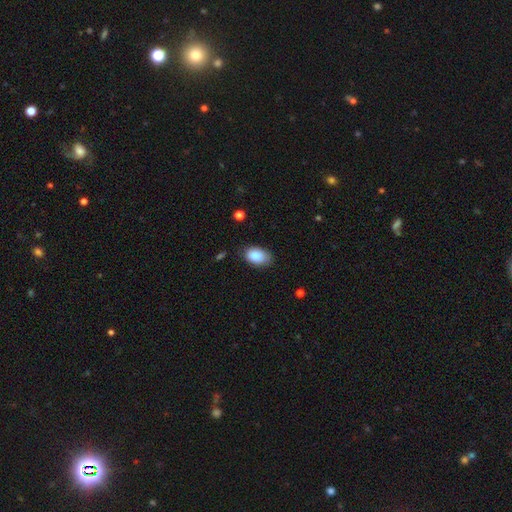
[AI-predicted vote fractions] smooth_or_featured: smooth (p=0.86) [alt: star or artifact p=0.07]
how_rounded: in between (p=0.89) [alt: round p=0.10]
merging: none (p=0.75) [alt: minor disturbance p=0.20]